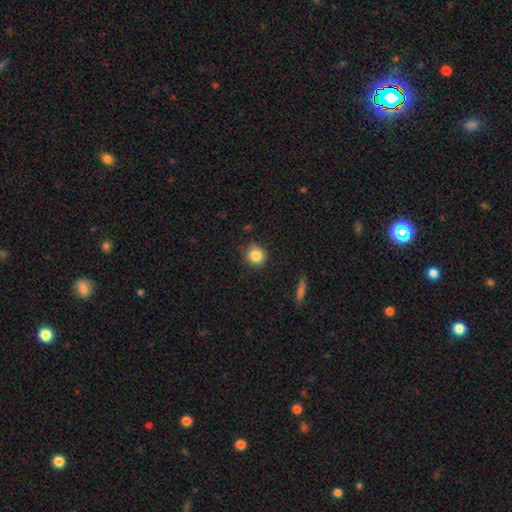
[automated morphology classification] Q: Smooth or featured?
A: smooth (84%); runner-up: star or artifact (10%)
Q: How rounded?
A: round (89%); runner-up: in between (10%)
Q: Merging?
A: none (84%); runner-up: minor disturbance (12%)